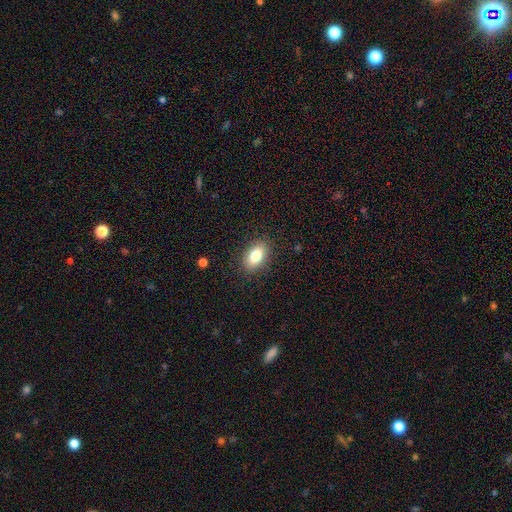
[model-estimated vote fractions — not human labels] This is clearly a smooth galaxy (80%). How rounded: clearly in between (89%). Merging: clearly none (87%).